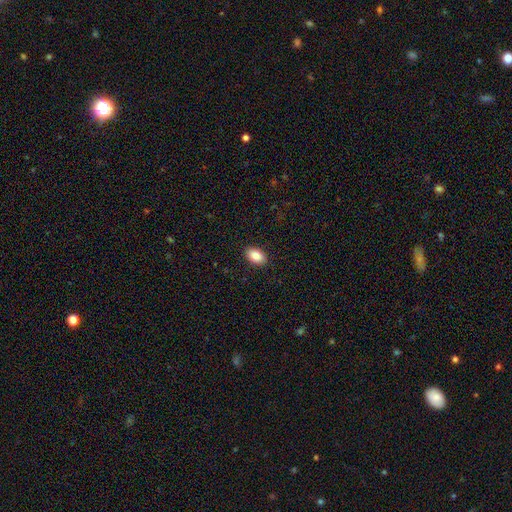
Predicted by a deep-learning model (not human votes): This is clearly a smooth galaxy (86%). How rounded: clearly in between (89%). Merging: clearly none (90%).